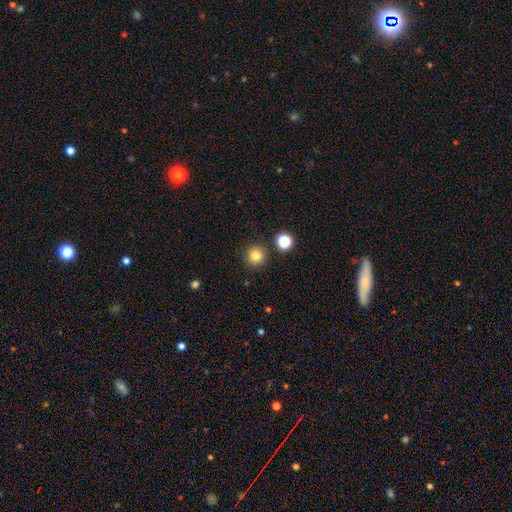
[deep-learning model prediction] Overall: smooth (82%). How rounded: round (94%). Merging: none (88%).